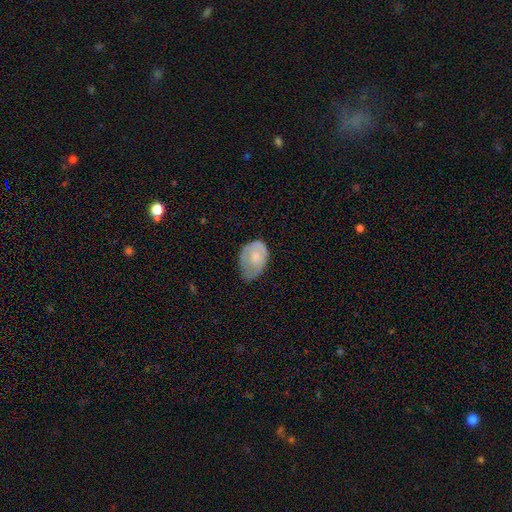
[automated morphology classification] This appears to be a smooth galaxy with no disk features (62%) that is in between round and cigar-shaped (81%). Merging: minor disturbance (46%).